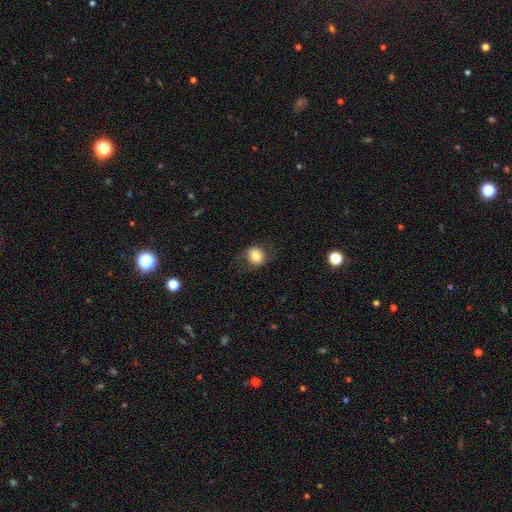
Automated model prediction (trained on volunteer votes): This is likely a smooth galaxy (73%). How rounded: likely round (71%). Merging: likely none (74%).